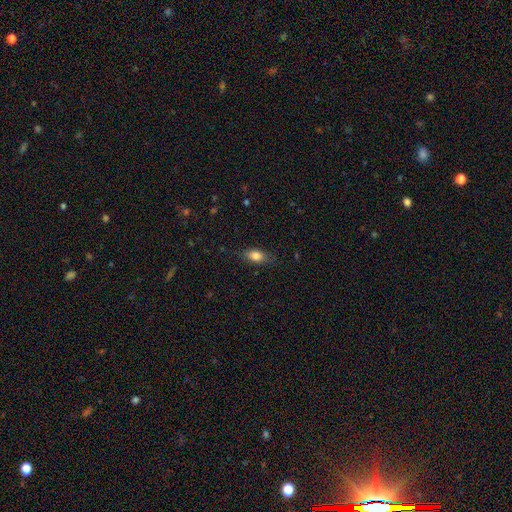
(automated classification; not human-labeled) smooth-or-featured: smooth: 81% | featured or disk: 11% | star or artifact: 8%
  how-rounded: in between: 82% | cigar-shaped: 10% | round: 8%
  merging: none: 80% | minor disturbance: 15% | major disturbance: 4% | merger: 1%